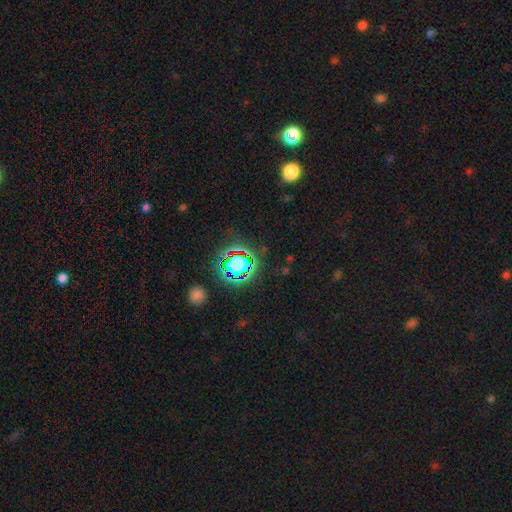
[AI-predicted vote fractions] Overall: star or artifact (77%).